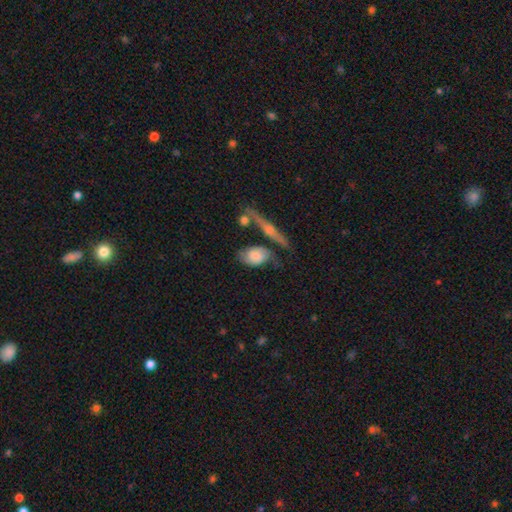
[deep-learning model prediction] Smooth or featured: smooth — 55% (featured or disk — 38%)
How rounded: in between — 81% (round — 14%)
Merging: none — 44% (minor disturbance — 26%)